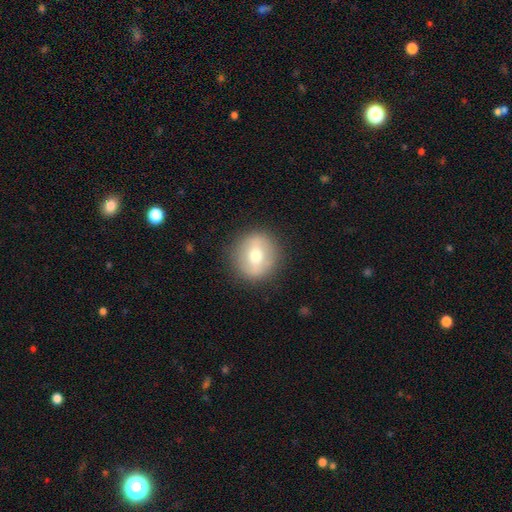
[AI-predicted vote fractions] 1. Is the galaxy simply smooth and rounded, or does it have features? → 51% smooth, 40% featured or disk, 9% star or artifact.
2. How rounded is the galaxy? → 91% round, 8% in between, 1% cigar-shaped.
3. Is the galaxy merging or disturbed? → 89% none, 7% minor disturbance, 3% major disturbance, 1% merger.